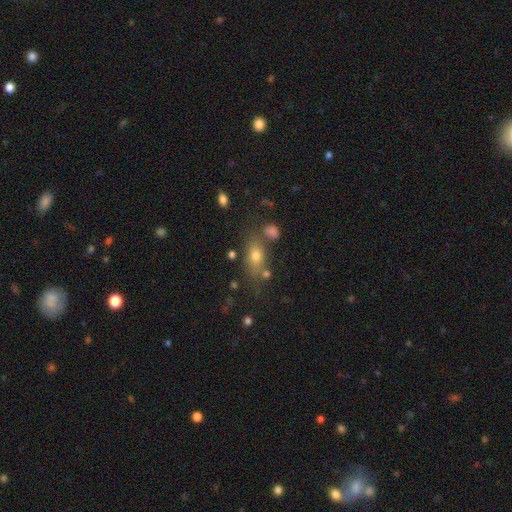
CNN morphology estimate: This is likely a smooth galaxy (69%). How rounded: likely in between (72%). Merging: likely none (65%).